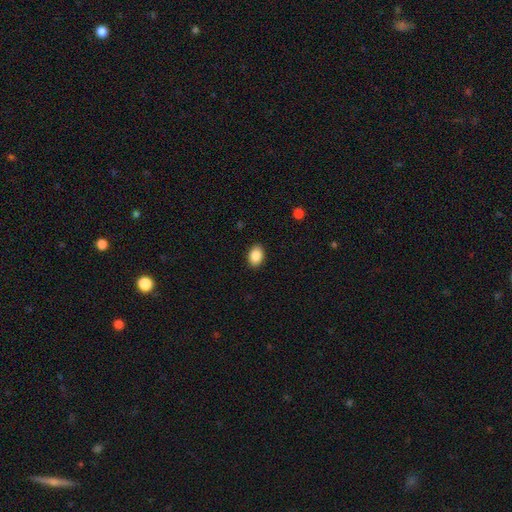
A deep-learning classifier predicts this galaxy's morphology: A smooth galaxy with no disk features (88%) that is in between round and cigar-shaped (78%).

Vote fractions:
- Smooth or featured? smooth: 88% / star or artifact: 8% / featured or disk: 4%
- How rounded? in between: 78% / round: 20% / cigar-shaped: 1%
- Merging? none: 90% / minor disturbance: 8% / major disturbance: 2% / merger: 1%